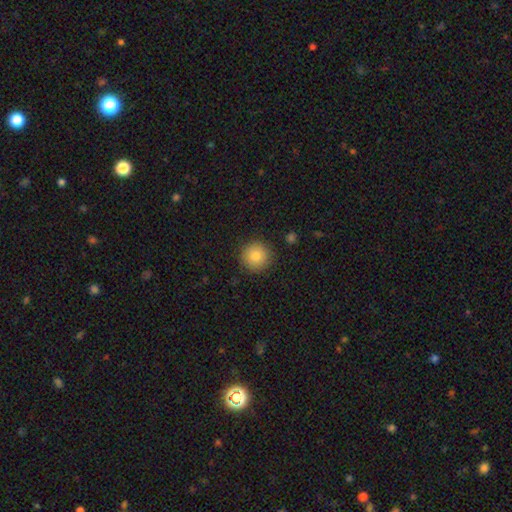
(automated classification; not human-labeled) The model was most divided on "smooth or featured": smooth: 82%, star or artifact: 10%, featured or disk: 8%. More confident: how rounded — round (95%); merging — none (90%).